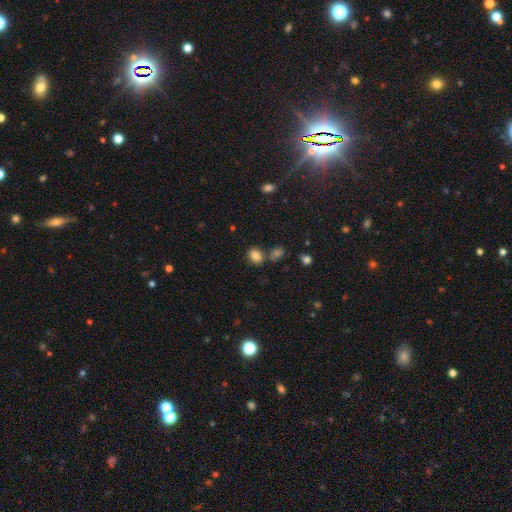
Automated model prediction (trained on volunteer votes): Morphology: type=smooth (83%); roundness=in between (66%); merging=none (66%).